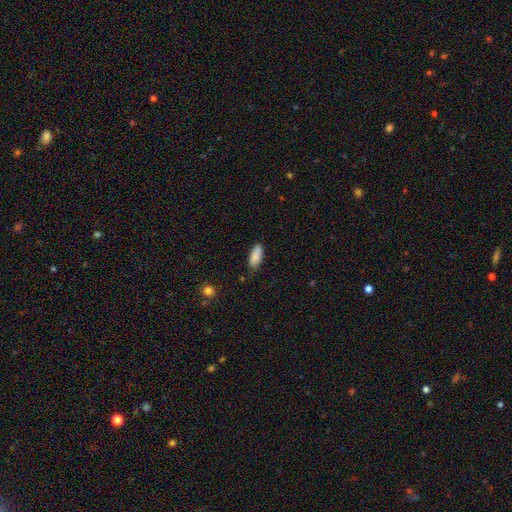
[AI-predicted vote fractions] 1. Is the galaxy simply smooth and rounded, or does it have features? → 87% smooth, 7% star or artifact, 7% featured or disk.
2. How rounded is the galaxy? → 83% in between, 15% cigar-shaped, 2% round.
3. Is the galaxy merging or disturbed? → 74% none, 21% minor disturbance, 3% major disturbance, 2% merger.